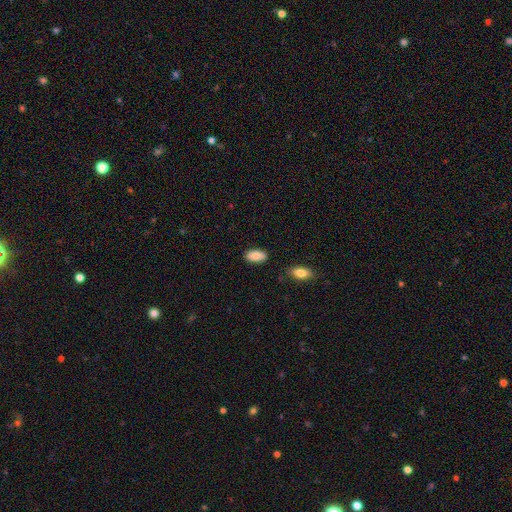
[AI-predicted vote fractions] The model was most divided on "merging": none: 84%, minor disturbance: 12%, merger: 2%, major disturbance: 2%. More confident: how rounded — in between (94%); smooth or featured — smooth (86%).